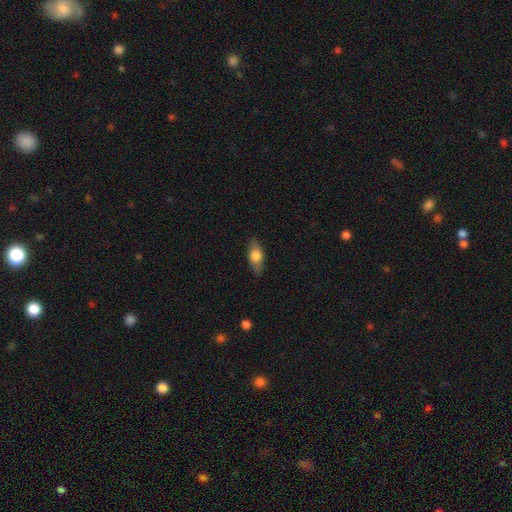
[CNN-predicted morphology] Q: Smooth or featured?
A: smooth (69%); runner-up: featured or disk (24%)
Q: How rounded?
A: in between (78%); runner-up: cigar-shaped (16%)
Q: Merging?
A: none (82%); runner-up: minor disturbance (14%)